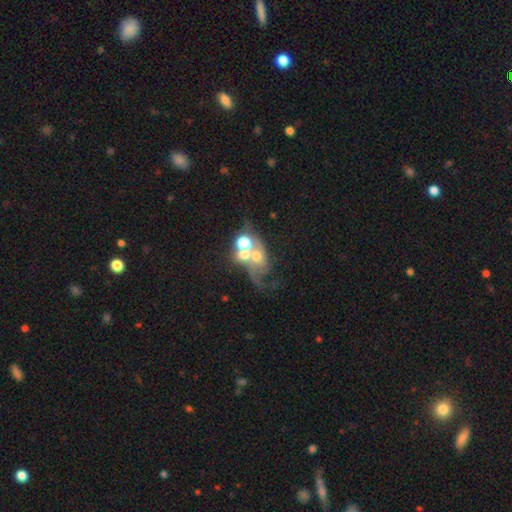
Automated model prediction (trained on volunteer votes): Smooth or featured: featured or disk — 50% (smooth — 31%)
Edge-on disk: no — 96% (yes — 4%)
Merging: merger — 51% (major disturbance — 22%)